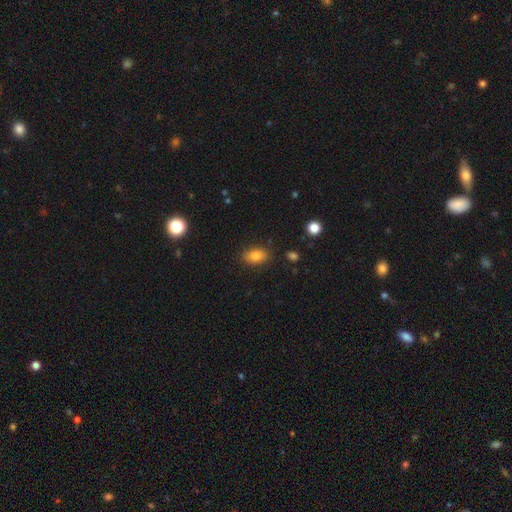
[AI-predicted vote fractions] This is clearly a smooth galaxy (82%). How rounded: clearly in between (87%). Merging: clearly none (85%).